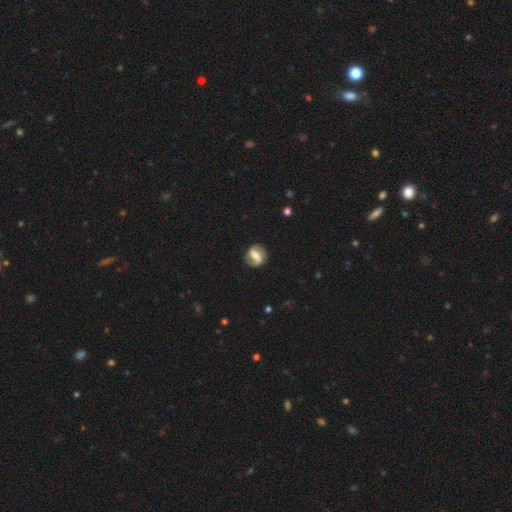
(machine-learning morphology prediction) Smooth or featured? featured or disk (64%)
Edge-on disk? no (94%)
Bar? strong (59%)
Spiral arms? yes (76%)
Bulge size? moderate (37%)
Merging? none (78%)